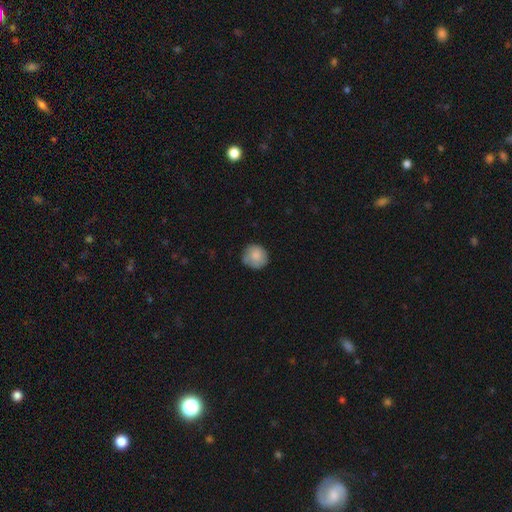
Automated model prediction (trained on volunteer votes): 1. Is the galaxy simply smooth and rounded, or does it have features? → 80% smooth, 12% featured or disk, 8% star or artifact.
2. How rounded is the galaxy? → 91% round, 9% in between, 1% cigar-shaped.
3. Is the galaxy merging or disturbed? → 77% none, 18% minor disturbance, 3% major disturbance, 2% merger.